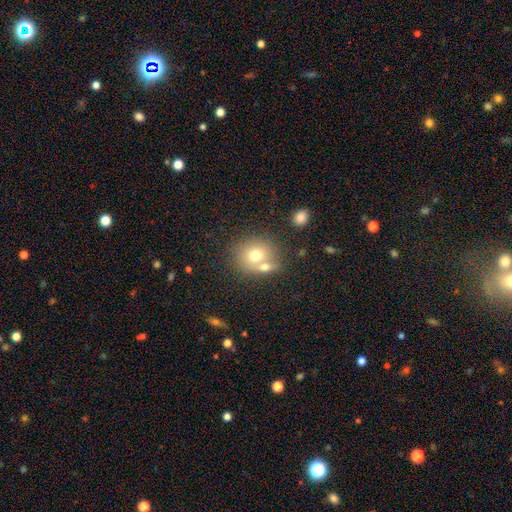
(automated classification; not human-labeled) Overall: smooth (69%). How rounded: round (76%). Merging: none (44%; merger 41%).